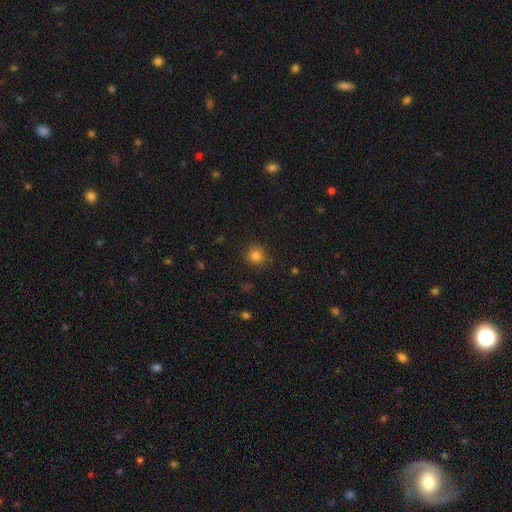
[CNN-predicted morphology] The model was most divided on "smooth or featured": smooth: 82%, star or artifact: 13%, featured or disk: 5%. More confident: how rounded — round (91%); merging — none (87%).